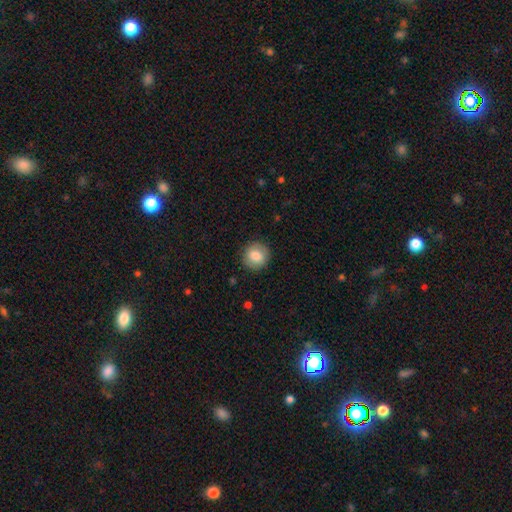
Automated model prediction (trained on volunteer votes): smooth-or-featured: smooth: 83% | featured or disk: 9% | star or artifact: 8%
  how-rounded: round: 90% | in between: 9% | cigar-shaped: 1%
  merging: none: 89% | minor disturbance: 7% | major disturbance: 2% | merger: 1%